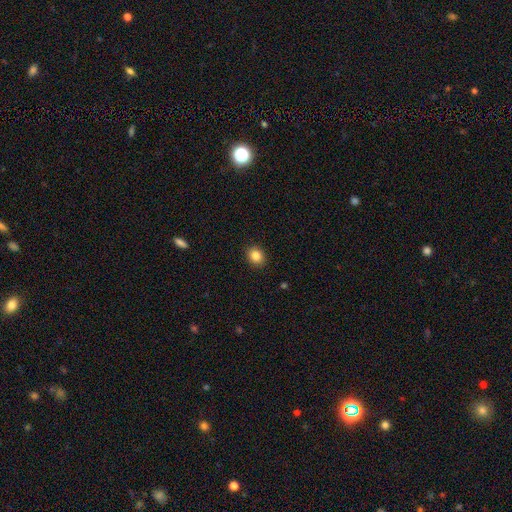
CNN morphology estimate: smooth_or_featured: smooth (p=0.85) [alt: star or artifact p=0.10]
how_rounded: round (p=0.60) [alt: in between p=0.39]
merging: none (p=0.91) [alt: minor disturbance p=0.07]